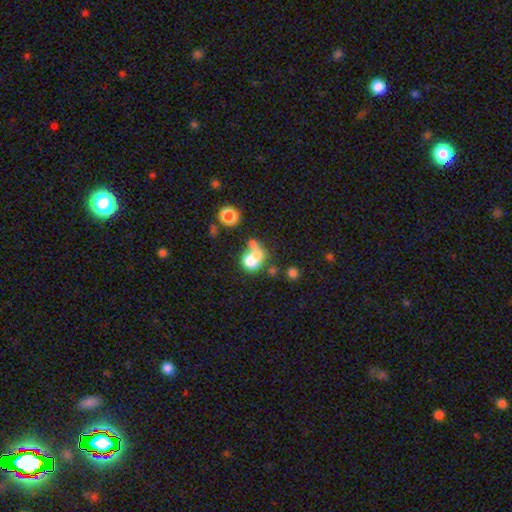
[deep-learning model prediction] Morphology: type=smooth (62%); roundness=round (61%); merging=merger (59%).